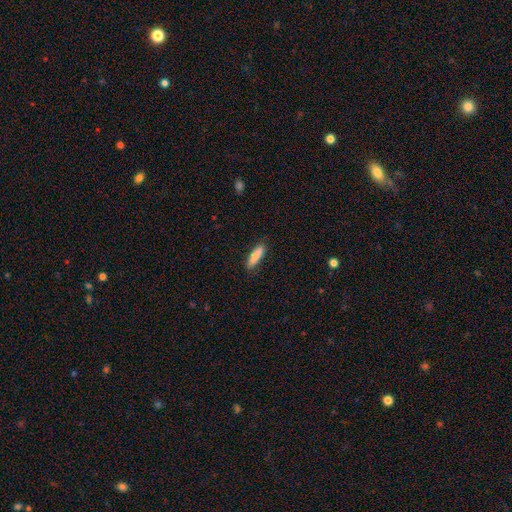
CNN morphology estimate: smooth_or_featured: smooth (p=0.85) [alt: featured or disk p=0.09]
how_rounded: cigar-shaped (p=0.67) [alt: in between p=0.32]
merging: none (p=0.86) [alt: minor disturbance p=0.10]